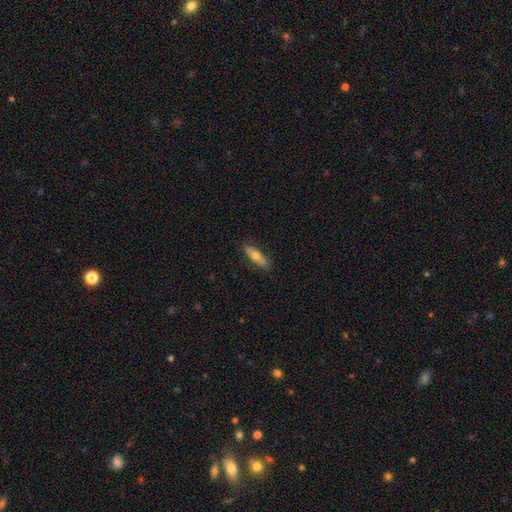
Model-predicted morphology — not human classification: This appears to be a smooth galaxy with no disk features (58%) that is cigar-shaped (59%). Merging: none (86%).